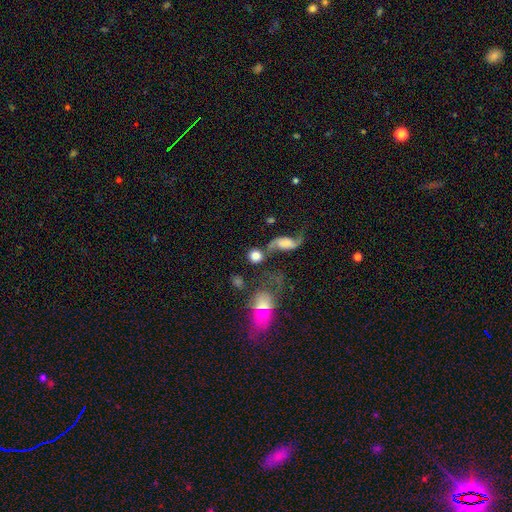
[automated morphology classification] type=smooth (65%); roundness=round (78%); merging=none (50%).